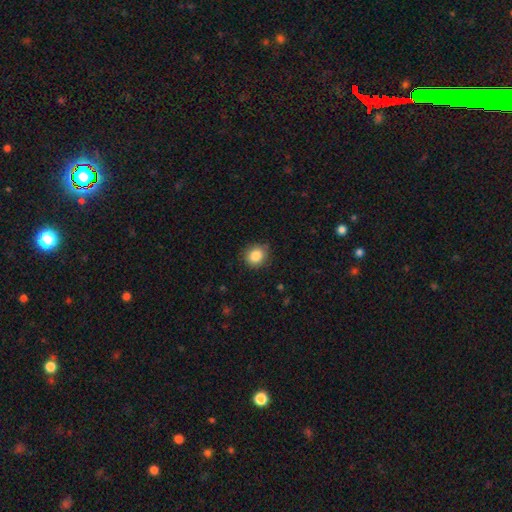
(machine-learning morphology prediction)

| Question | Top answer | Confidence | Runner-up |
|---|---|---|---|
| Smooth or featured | smooth | 86% | star or artifact (9%) |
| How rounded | round | 79% | in between (20%) |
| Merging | none | 82% | minor disturbance (15%) |